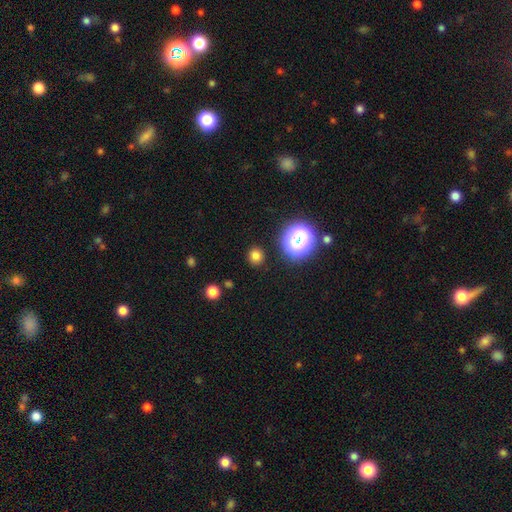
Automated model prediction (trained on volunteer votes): smooth_or_featured: smooth (p=0.75) [alt: star or artifact p=0.19]
how_rounded: round (p=0.86) [alt: in between p=0.13]
merging: none (p=0.88) [alt: minor disturbance p=0.07]